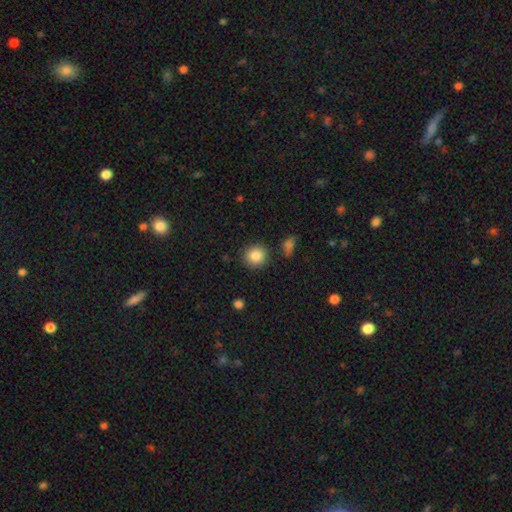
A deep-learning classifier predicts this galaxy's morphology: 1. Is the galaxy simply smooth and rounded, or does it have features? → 86% smooth, 8% star or artifact, 5% featured or disk.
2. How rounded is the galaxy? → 89% round, 10% in between, 1% cigar-shaped.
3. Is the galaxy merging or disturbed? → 85% none, 9% minor disturbance, 3% merger, 3% major disturbance.